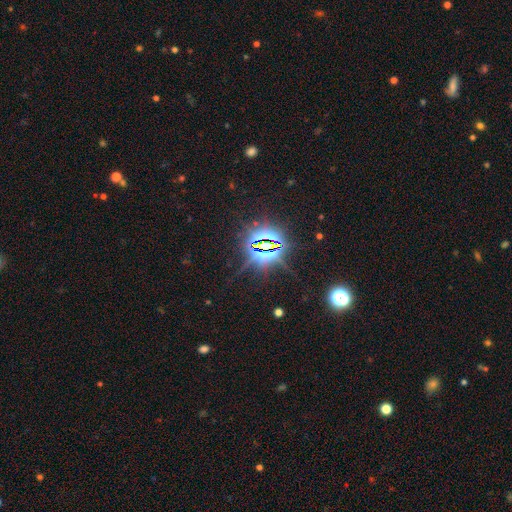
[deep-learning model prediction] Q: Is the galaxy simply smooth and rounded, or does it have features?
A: star or artifact — 82%.